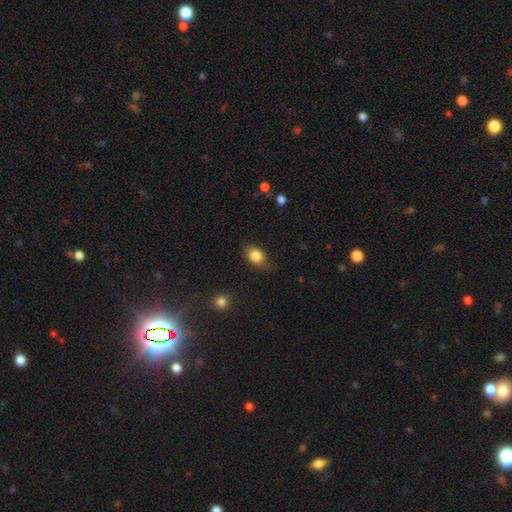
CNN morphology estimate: smooth 83%, featured or disk 9%, star or artifact 8%. Down the decision tree: how rounded — in between (71%); merging — none (70%).